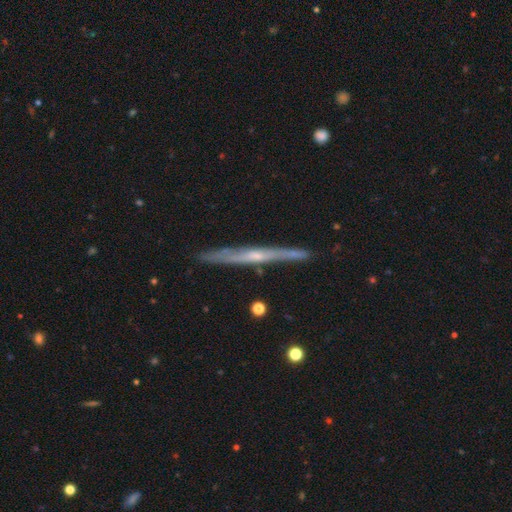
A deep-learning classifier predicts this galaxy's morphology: Smooth or featured: featured or disk — 75% (smooth — 19%)
Edge-on disk: yes — 97% (no — 3%)
Edge-on bulge: rounded — 51% (none — 43%)
Merging: none — 88% (minor disturbance — 9%)